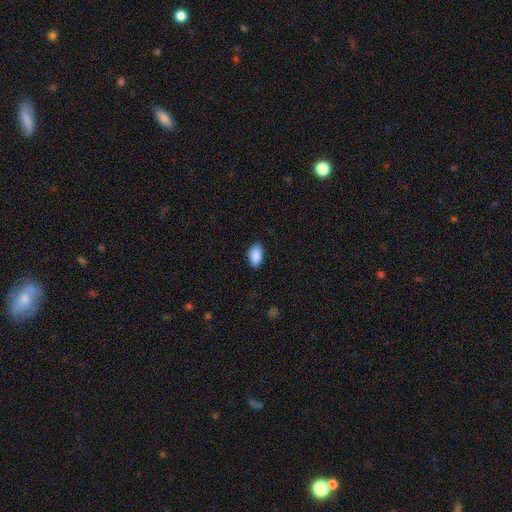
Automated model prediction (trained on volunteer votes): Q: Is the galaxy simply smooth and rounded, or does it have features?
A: smooth — 90%.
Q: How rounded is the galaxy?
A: in between — 94%.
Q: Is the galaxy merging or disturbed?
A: none — 84%.